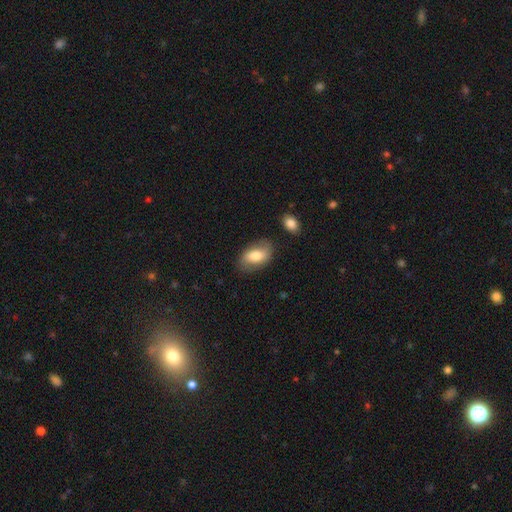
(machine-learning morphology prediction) A smooth galaxy with no disk features (67%) that is in between round and cigar-shaped (89%). Merging: none (74%).